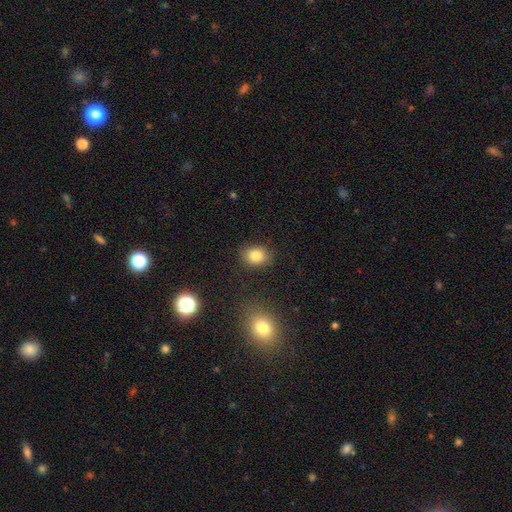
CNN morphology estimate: Smooth or featured? smooth (82%)
How rounded? in between (50%)
Merging? none (83%)